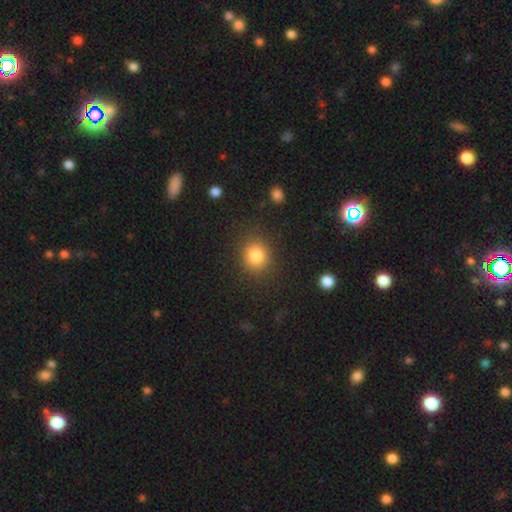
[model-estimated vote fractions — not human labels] smooth 83%, star or artifact 11%, featured or disk 6%. Down the decision tree: how rounded — round (79%); merging — none (86%).